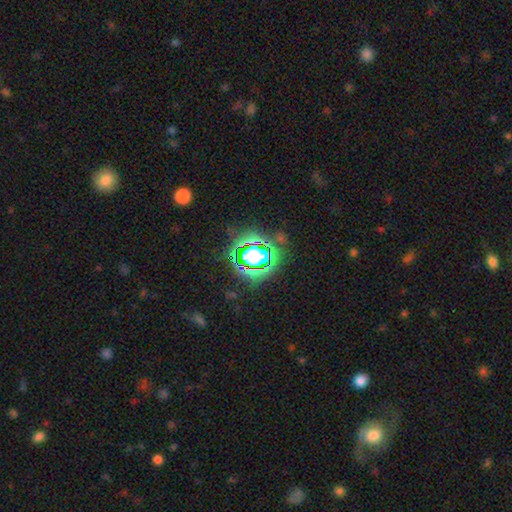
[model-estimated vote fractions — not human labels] star or artifact 77%, smooth 15%, featured or disk 9%.